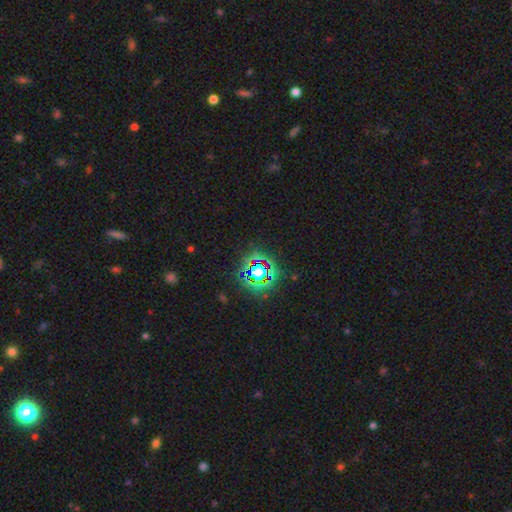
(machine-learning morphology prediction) This is likely a star or artifact rather than a galaxy (79%).